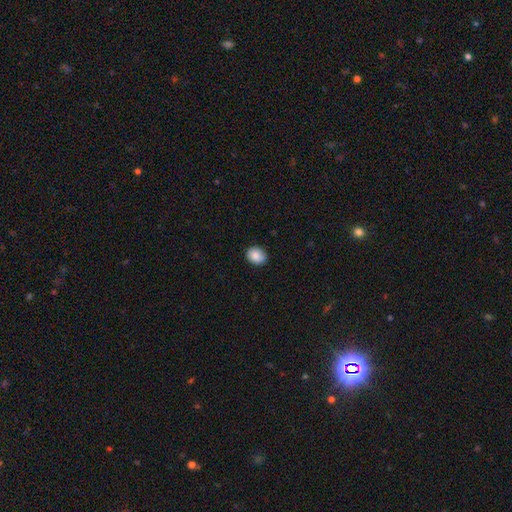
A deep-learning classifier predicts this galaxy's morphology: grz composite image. It shows a smooth galaxy with no disk features (85%) that is round (53%). Merging: none (87%).